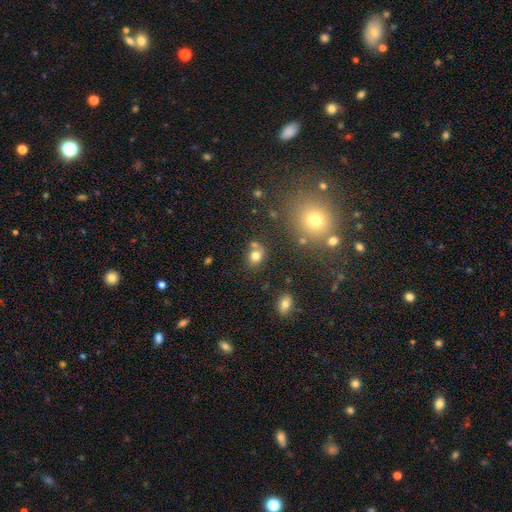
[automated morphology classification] Q: Smooth or featured?
A: smooth (76%); runner-up: star or artifact (13%)
Q: How rounded?
A: round (57%); runner-up: in between (42%)
Q: Merging?
A: none (60%); runner-up: merger (19%)